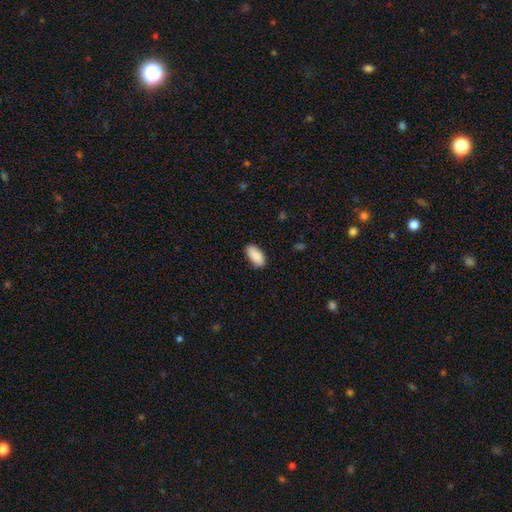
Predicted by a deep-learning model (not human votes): This is clearly a smooth galaxy (90%). How rounded: clearly in between (93%). Merging: clearly none (86%).